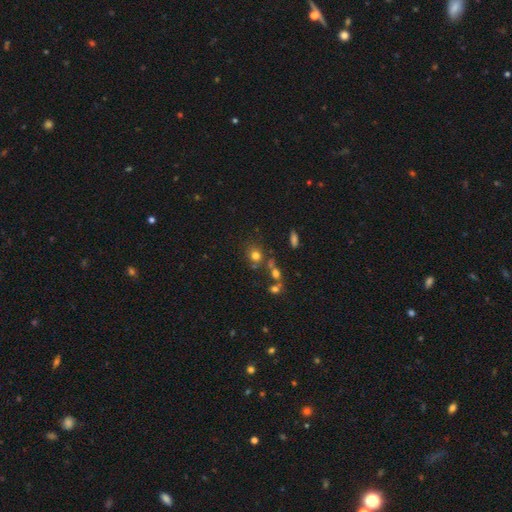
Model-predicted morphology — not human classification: Q: Smooth or featured?
A: smooth (72%); runner-up: star or artifact (17%)
Q: How rounded?
A: round (79%); runner-up: in between (19%)
Q: Merging?
A: none (65%); runner-up: merger (17%)